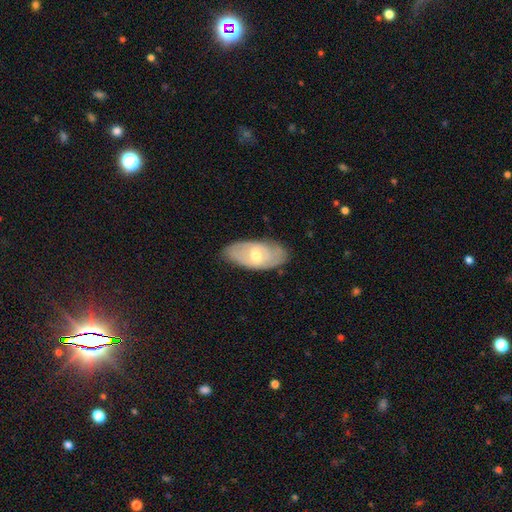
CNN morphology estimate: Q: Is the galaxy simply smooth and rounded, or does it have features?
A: featured or disk — 54%.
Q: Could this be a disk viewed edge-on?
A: no — 87%.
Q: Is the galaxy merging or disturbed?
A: none — 74%.